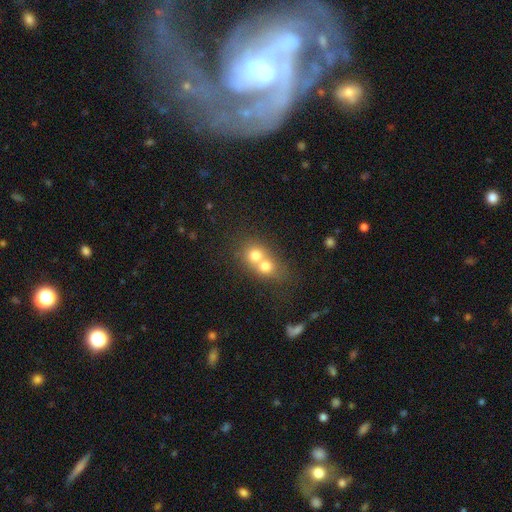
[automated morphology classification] A smooth galaxy with no disk features (70%) that is round (74%). Merging: merger (74%).